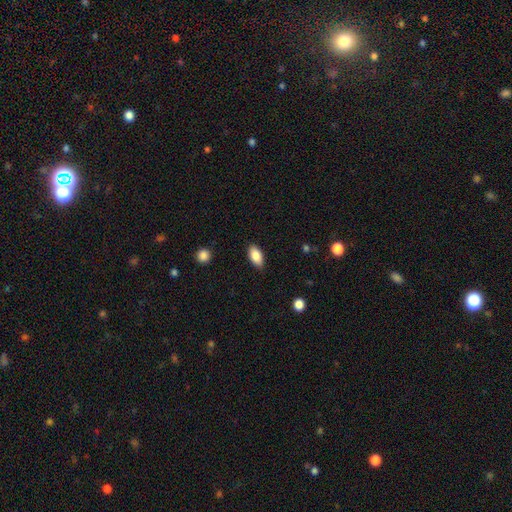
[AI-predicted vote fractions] This appears to be a smooth galaxy with no disk features (86%) that is in between round and cigar-shaped (92%). Merging: none (86%).